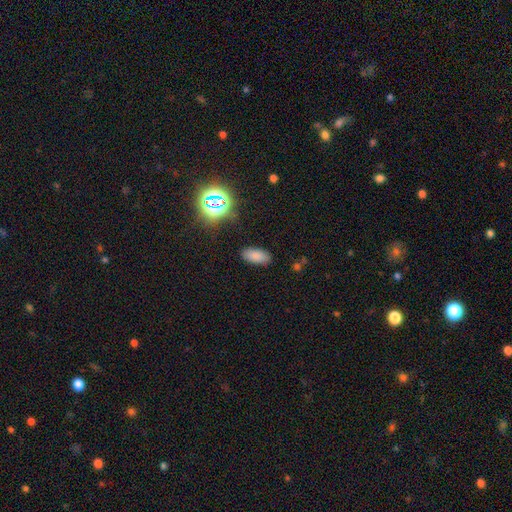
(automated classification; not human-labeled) A smooth galaxy with no disk features (80%) that is in between round and cigar-shaped (91%). Merging: none (87%).